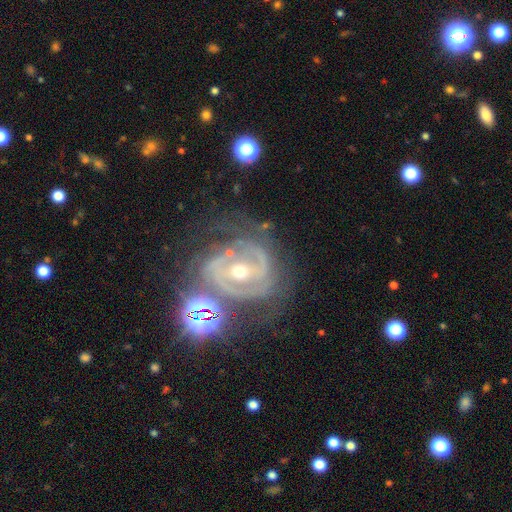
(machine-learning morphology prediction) Smooth or featured?
  - featured or disk: 86% *
  - star or artifact: 8%
  - smooth: 6%
Edge-on disk?
  - no: 97% *
  - yes: 3%
Bar?
  - weak: 35% *
  - strong: 33%
  - no: 32%
Spiral arms?
  - yes: 92% *
  - no: 8%
Spiral winding?
  - tight: 57% *
  - medium: 34%
  - loose: 9%
Spiral arm count?
  - 2: 49% *
  - can't tell: 21%
  - 3: 17%
  - 4: 5%
  - 1: 4%
  - more than 4: 4%
Bulge size?
  - moderate: 52% *
  - small: 45%
  - large: 2%
  - none: 1%
  - dominant: 1%
Merging?
  - none: 58% *
  - minor disturbance: 20%
  - major disturbance: 15%
  - merger: 7%